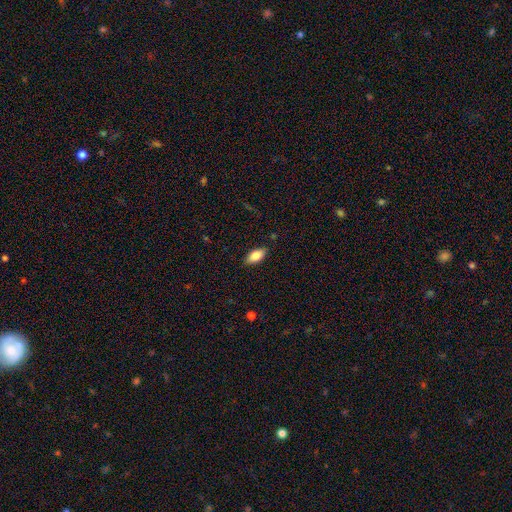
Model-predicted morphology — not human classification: The model was most divided on "smooth or featured": smooth: 82%, featured or disk: 11%, star or artifact: 7%. More confident: how rounded — in between (89%); merging — none (86%).